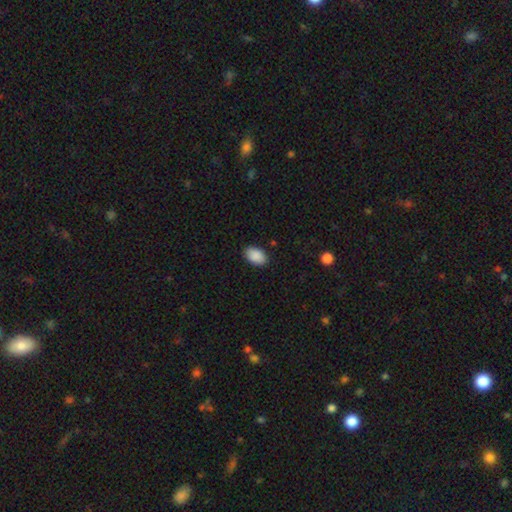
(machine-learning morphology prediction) Smooth or featured? smooth (90%)
How rounded? in between (90%)
Merging? none (88%)